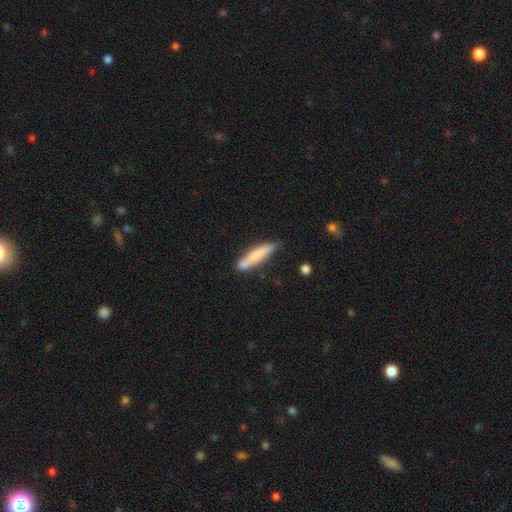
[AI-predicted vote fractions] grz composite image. It shows a smooth galaxy with no disk features (70%) that is cigar-shaped (87%). Merging: none (65%).